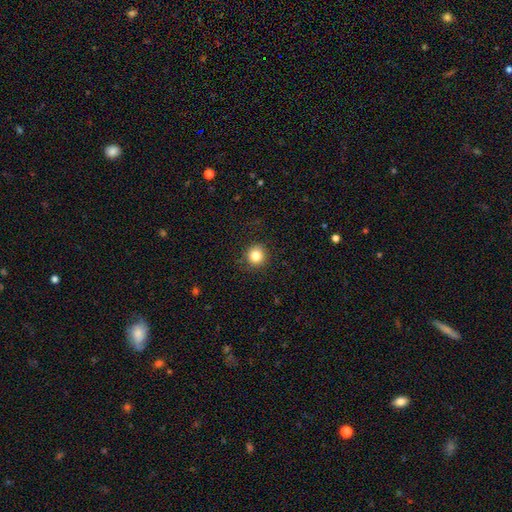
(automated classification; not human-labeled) Q: Smooth or featured?
A: smooth (84%); runner-up: star or artifact (11%)
Q: How rounded?
A: round (92%); runner-up: in between (7%)
Q: Merging?
A: none (90%); runner-up: minor disturbance (7%)